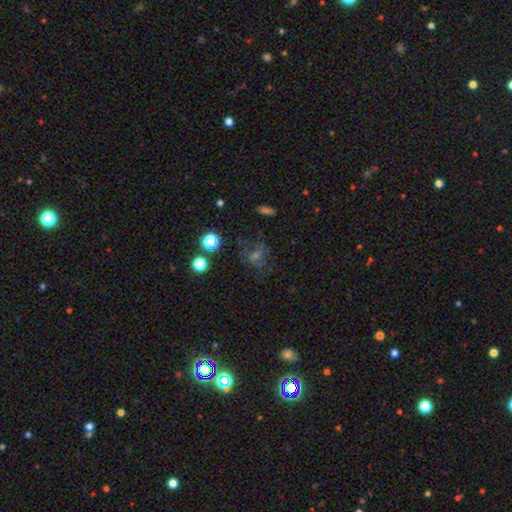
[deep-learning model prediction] star or artifact 41%, featured or disk 30%, smooth 29%.